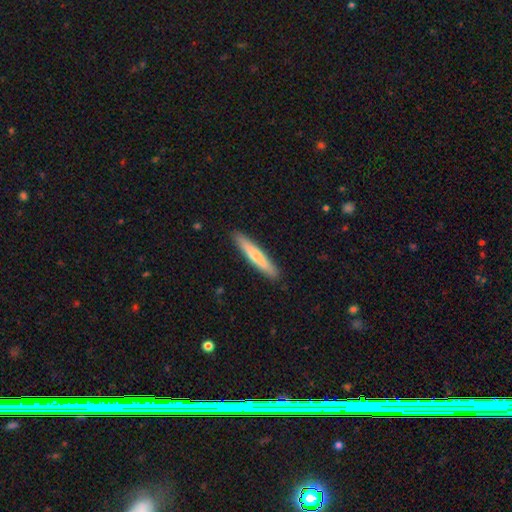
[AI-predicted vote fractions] Smooth or featured? Predicted: smooth (p=0.65). How rounded? Predicted: cigar-shaped (p=0.92). Merging? Predicted: none (p=0.90).